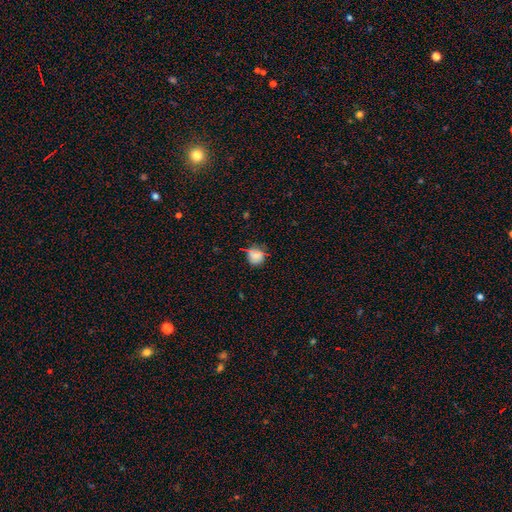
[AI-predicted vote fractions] Smooth or featured? Predicted: smooth (p=0.76). How rounded? Predicted: round (p=0.85). Merging? Predicted: none (p=0.66).